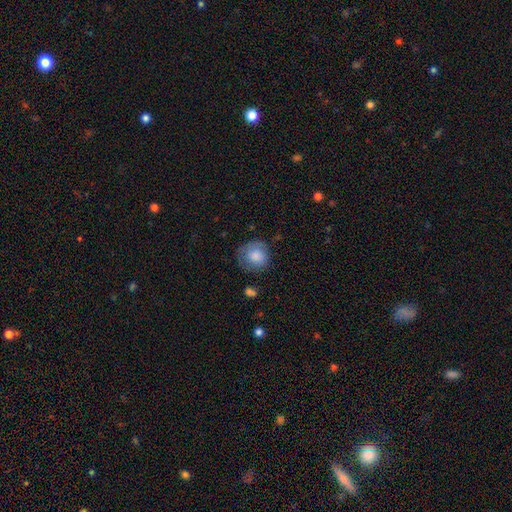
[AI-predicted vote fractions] Smooth or featured? smooth (78%)
How rounded? round (85%)
Merging? none (63%)